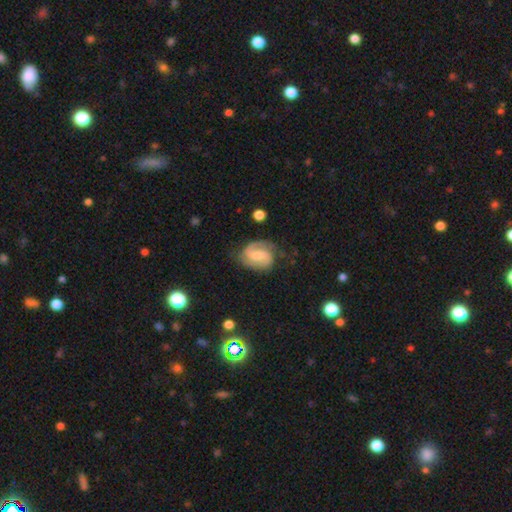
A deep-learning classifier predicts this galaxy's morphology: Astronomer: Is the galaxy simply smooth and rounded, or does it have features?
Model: featured or disk — 83%.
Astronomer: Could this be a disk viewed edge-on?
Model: no — 98%.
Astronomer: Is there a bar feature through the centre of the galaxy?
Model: weak — 49% (runner-up: no, 28%).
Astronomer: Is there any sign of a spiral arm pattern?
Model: yes — 97%.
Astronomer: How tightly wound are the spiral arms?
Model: medium — 50% (runner-up: tight, 35%).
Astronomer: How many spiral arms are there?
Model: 2 — 86%.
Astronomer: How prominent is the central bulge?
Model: small — 37% (runner-up: moderate, 30%).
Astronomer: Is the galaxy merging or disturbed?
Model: none — 73%.